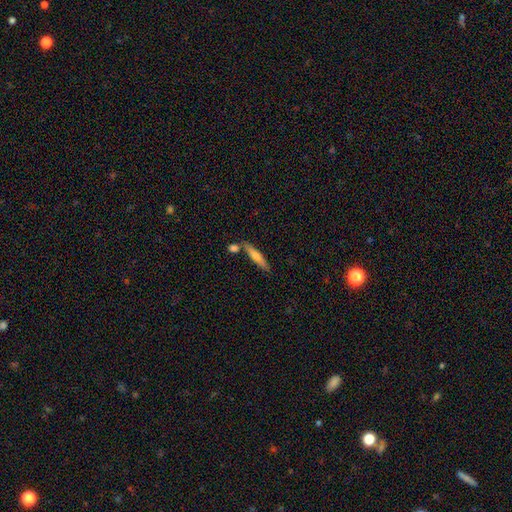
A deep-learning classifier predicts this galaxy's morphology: Smooth or featured?
  - smooth: 50% *
  - featured or disk: 43%
  - star or artifact: 7%
How rounded?
  - cigar-shaped: 89% *
  - in between: 9%
  - round: 2%
Merging?
  - none: 78% *
  - minor disturbance: 10%
  - merger: 10%
  - major disturbance: 2%